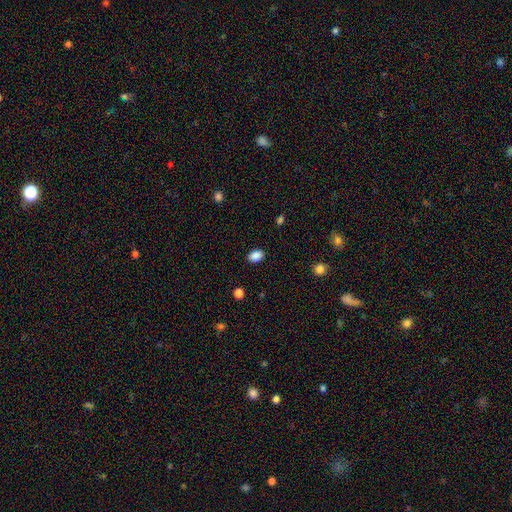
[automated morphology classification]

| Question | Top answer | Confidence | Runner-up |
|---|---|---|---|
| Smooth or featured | smooth | 88% | star or artifact (8%) |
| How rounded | in between | 82% | round (17%) |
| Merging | none | 88% | minor disturbance (8%) |